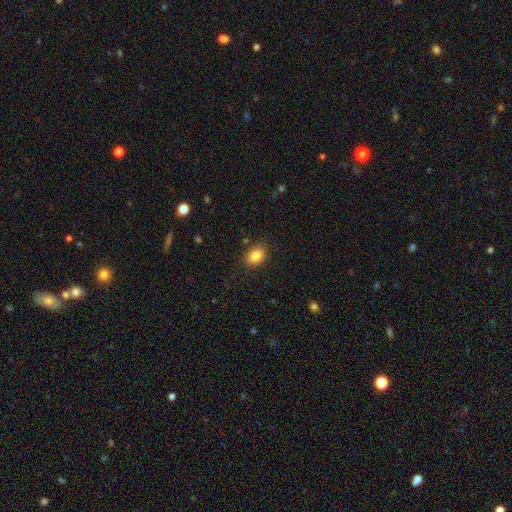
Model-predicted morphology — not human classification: The model was most divided on "how rounded": in between: 67%, round: 32%, cigar-shaped: 1%. More confident: merging — none (86%); smooth or featured — smooth (85%).